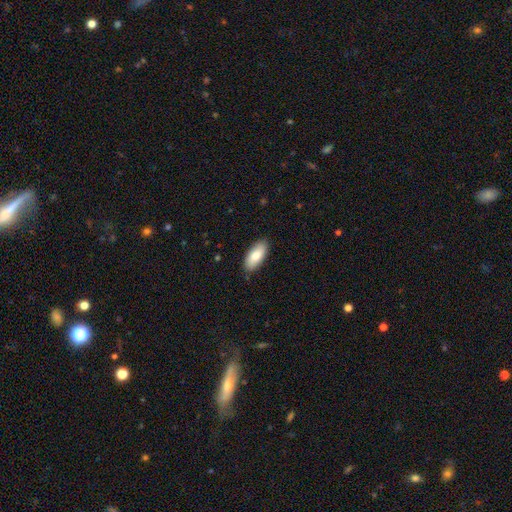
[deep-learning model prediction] A smooth galaxy with no disk features (82%) that is in between round and cigar-shaped (89%).

Vote fractions:
- Smooth or featured? smooth: 82% / featured or disk: 12% / star or artifact: 6%
- How rounded? in between: 89% / cigar-shaped: 9% / round: 2%
- Merging? none: 87% / minor disturbance: 10% / major disturbance: 2% / merger: 1%